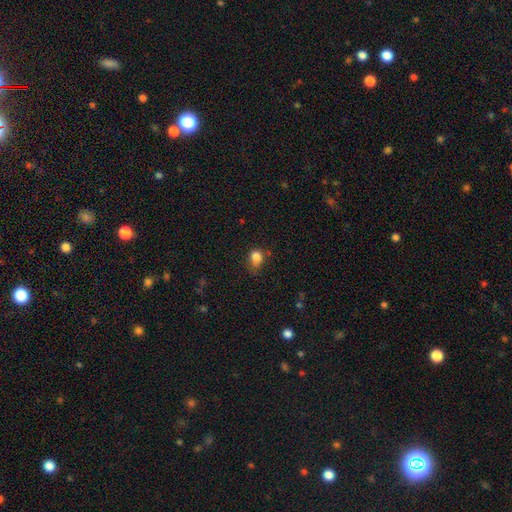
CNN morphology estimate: Smooth or featured? smooth (83%)
How rounded? in between (50%)
Merging? none (49%)